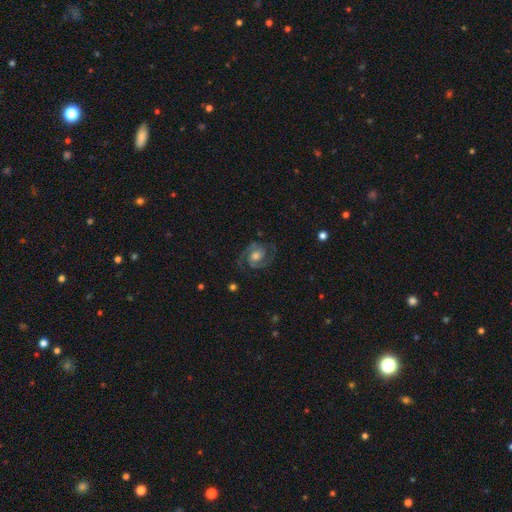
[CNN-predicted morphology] Smooth or featured? featured or disk (88%)
Edge-on disk? no (98%)
Bar? no (56%)
Spiral arms? yes (97%)
Spiral winding? medium (50%)
Spiral arm count? 2 (92%)
Bulge size? moderate (61%)
Merging? none (80%)